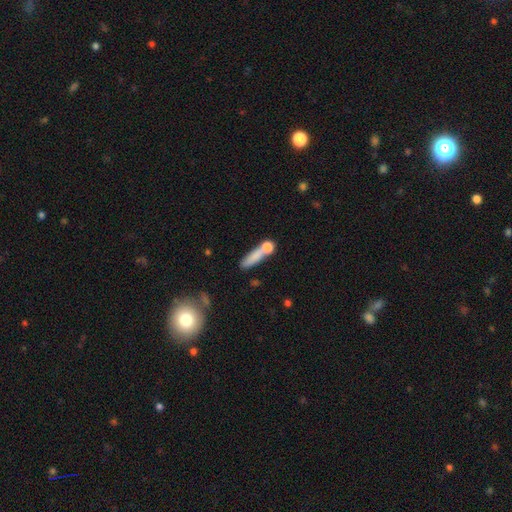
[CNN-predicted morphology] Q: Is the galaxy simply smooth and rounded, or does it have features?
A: smooth — 74%.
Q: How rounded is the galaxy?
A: cigar-shaped — 71%.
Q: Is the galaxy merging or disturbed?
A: none — 51%.